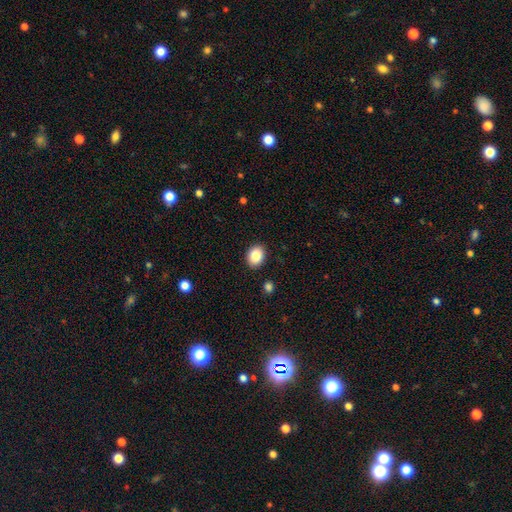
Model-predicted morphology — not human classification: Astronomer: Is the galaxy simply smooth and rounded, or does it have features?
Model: smooth — 86%.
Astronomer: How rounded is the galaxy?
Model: in between — 61% (runner-up: round, 38%).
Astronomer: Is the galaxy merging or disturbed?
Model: none — 89%.